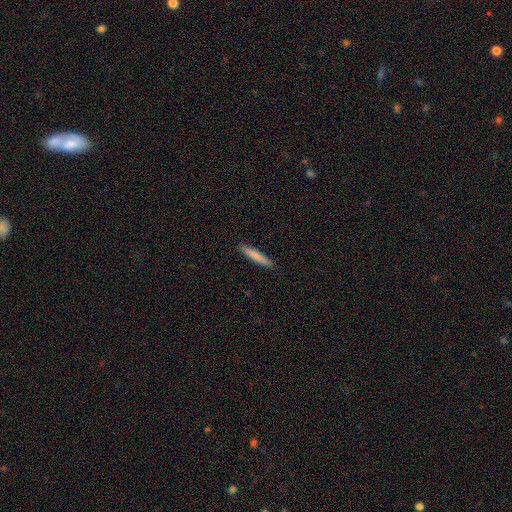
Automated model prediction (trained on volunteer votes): smooth 81%, featured or disk 14%, star or artifact 5%. Down the decision tree: how rounded — cigar-shaped (94%); merging — none (92%).